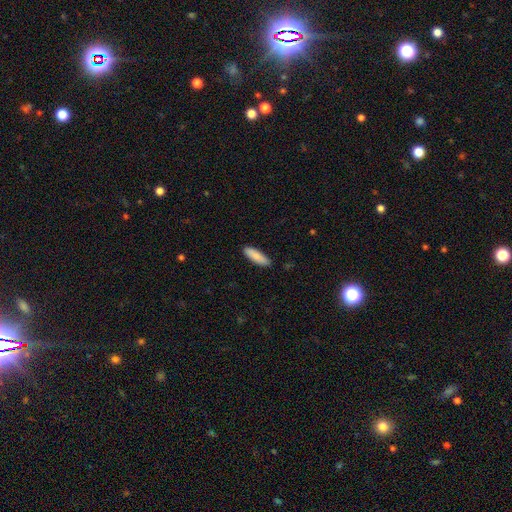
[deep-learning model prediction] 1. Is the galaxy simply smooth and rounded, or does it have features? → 87% smooth, 7% featured or disk, 5% star or artifact.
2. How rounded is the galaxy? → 53% cigar-shaped, 45% in between, 2% round.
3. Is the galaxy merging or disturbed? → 88% none, 9% minor disturbance, 2% major disturbance, 1% merger.